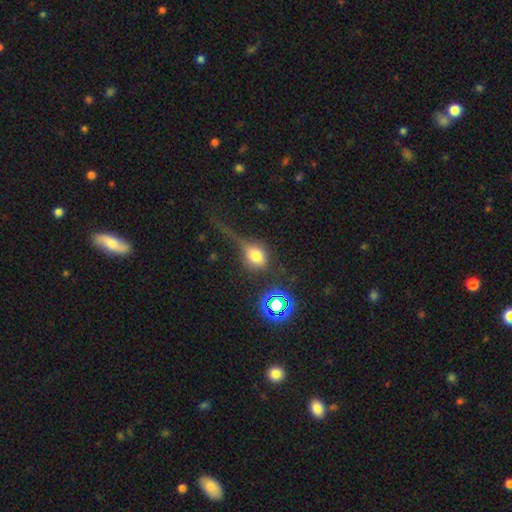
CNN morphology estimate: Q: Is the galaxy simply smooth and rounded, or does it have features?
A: smooth — 59%.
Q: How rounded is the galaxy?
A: round — 60%.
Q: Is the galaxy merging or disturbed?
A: none — 43%.